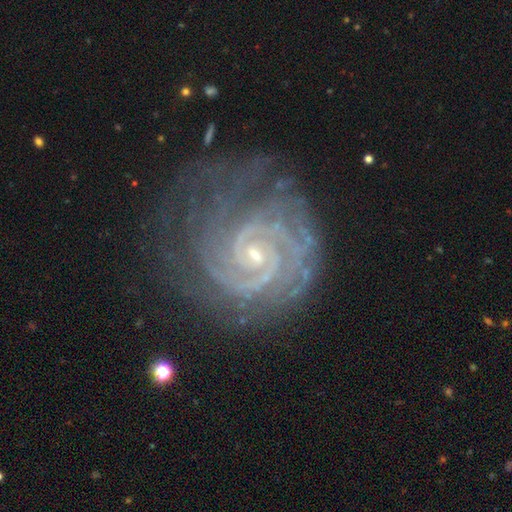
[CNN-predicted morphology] Smooth or featured?
  - featured or disk: 92% *
  - star or artifact: 5%
  - smooth: 3%
Edge-on disk?
  - no: 98% *
  - yes: 2%
Bar?
  - no: 51% *
  - weak: 35%
  - strong: 14%
Spiral arms?
  - yes: 99% *
  - no: 1%
Spiral winding?
  - tight: 80% *
  - medium: 17%
  - loose: 2%
Spiral arm count?
  - 2: 51% *
  - 3: 16%
  - can't tell: 12%
  - 4: 9%
  - more than 4: 6%
  - 1: 5%
Bulge size?
  - small: 78% *
  - moderate: 18%
  - none: 2%
  - large: 1%
  - dominant: 1%
Merging?
  - none: 65% *
  - minor disturbance: 22%
  - major disturbance: 11%
  - merger: 2%